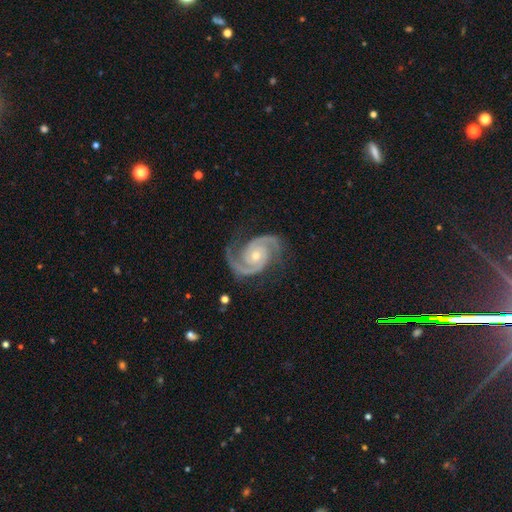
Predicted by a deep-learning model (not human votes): Smooth or featured? featured or disk (94%)
Edge-on disk? no (98%)
Bar? no (69%)
Spiral arms? yes (99%)
Spiral winding? medium (49%)
Spiral arm count? 2 (93%)
Bulge size? moderate (52%)
Merging? none (80%)